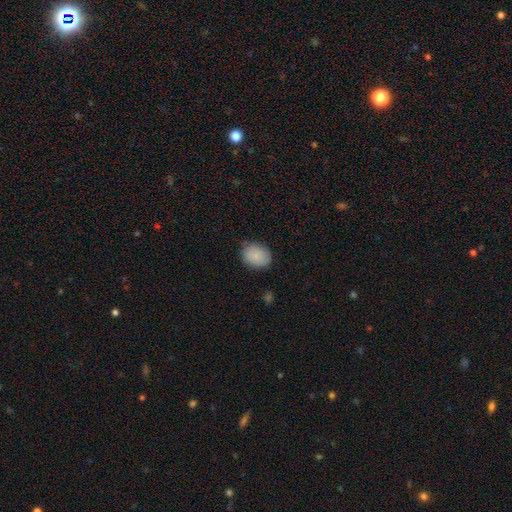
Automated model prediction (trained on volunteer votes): This appears to be a smooth galaxy with no disk features (84%) that is in between round and cigar-shaped (53%). Merging: none (75%).